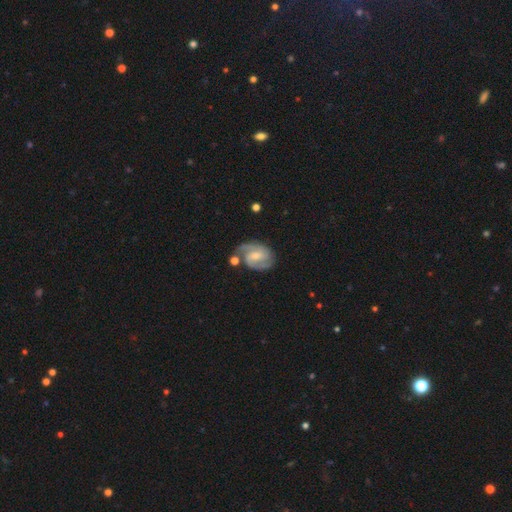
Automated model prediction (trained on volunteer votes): smooth_or_featured: featured or disk (p=0.85) [alt: smooth p=0.10]
disk_edge_on: no (p=0.97) [alt: yes p=0.03]
bar: weak (p=0.56) [alt: no p=0.25]
has_spiral_arms: yes (p=0.96) [alt: no p=0.04]
spiral_winding: medium (p=0.52) [alt: tight p=0.34]
spiral_arm_count: 2 (p=0.83) [alt: 3 p=0.06]
bulge_size: small (p=0.52) [alt: moderate p=0.39]
merging: none (p=0.68) [alt: minor disturbance p=0.18]